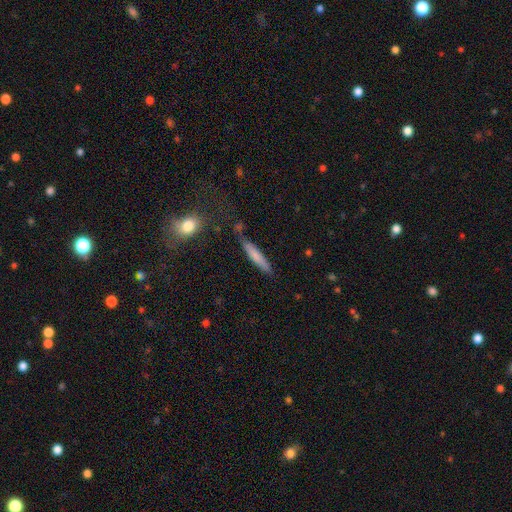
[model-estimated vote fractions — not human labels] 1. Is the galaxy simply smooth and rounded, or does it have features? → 73% smooth, 21% featured or disk, 7% star or artifact.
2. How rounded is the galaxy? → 89% cigar-shaped, 10% in between, 2% round.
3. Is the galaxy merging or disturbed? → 76% none, 15% minor disturbance, 4% merger, 4% major disturbance.